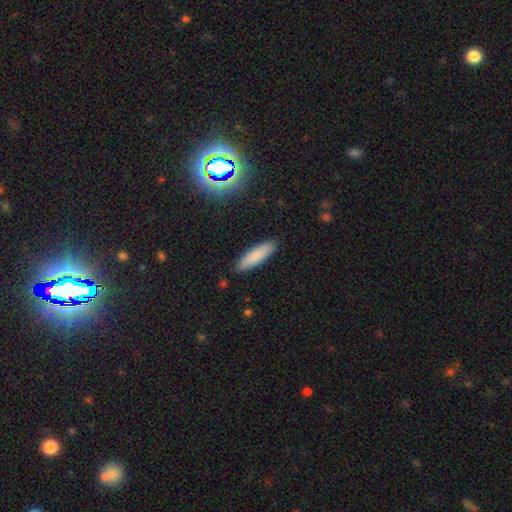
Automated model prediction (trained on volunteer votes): A smooth galaxy with no disk features (83%) that is cigar-shaped (64%). Merging: none (89%).